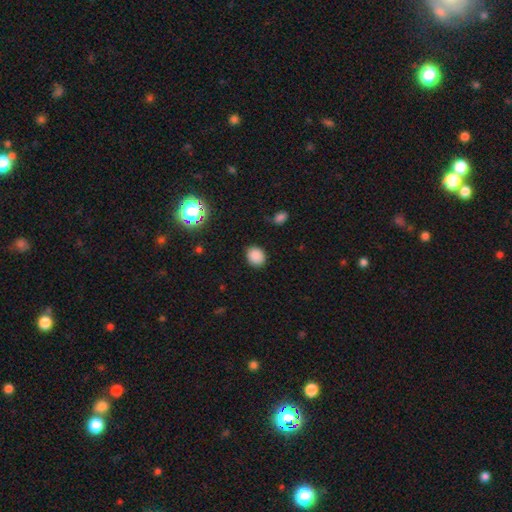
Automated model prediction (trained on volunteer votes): smooth_or_featured: smooth (p=0.85) [alt: star or artifact p=0.11]
how_rounded: round (p=0.62) [alt: in between p=0.37]
merging: none (p=0.88) [alt: minor disturbance p=0.09]